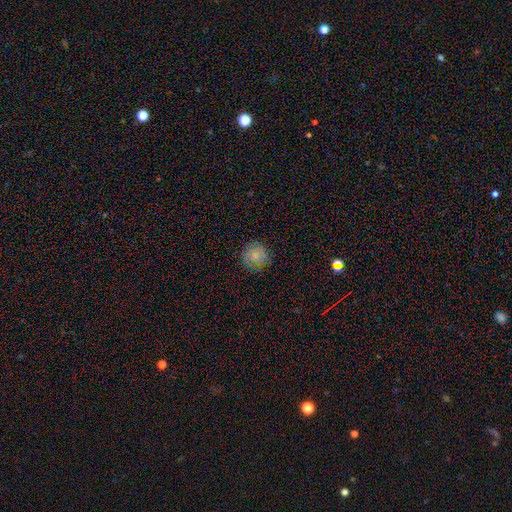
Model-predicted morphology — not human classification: A smooth galaxy with no disk features (65%) that is round (91%). Merging: none (82%).